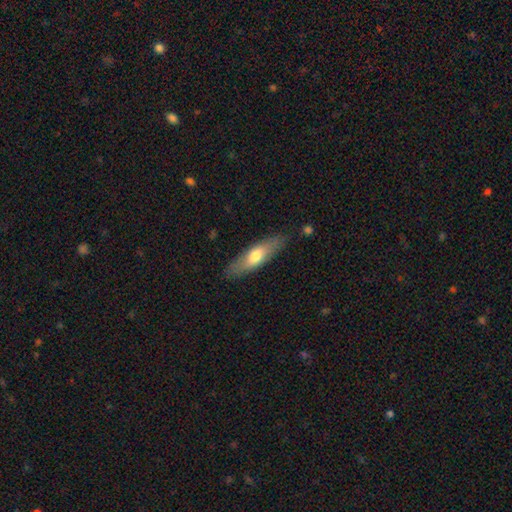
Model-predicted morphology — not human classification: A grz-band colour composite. It shows a smooth galaxy with no disk features (64%) that is cigar-shaped (55%). Merging: none (84%).